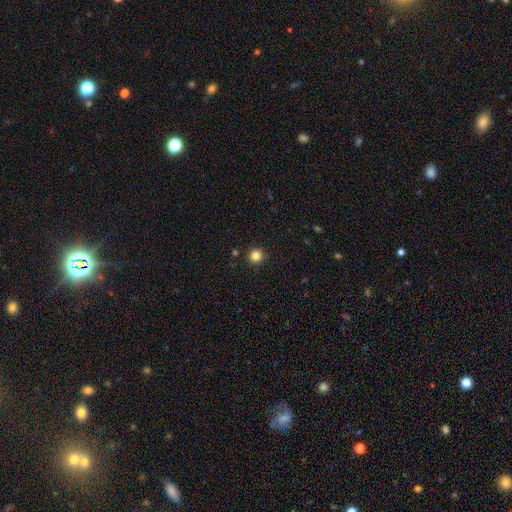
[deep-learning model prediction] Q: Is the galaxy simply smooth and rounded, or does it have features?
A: smooth — 83%.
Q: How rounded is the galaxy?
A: round — 94%.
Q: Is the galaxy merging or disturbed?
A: none — 92%.